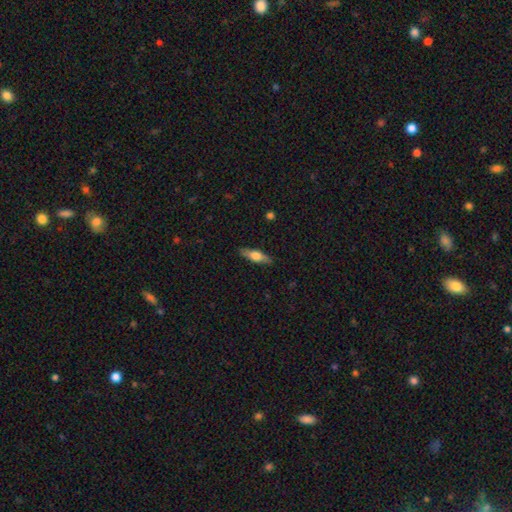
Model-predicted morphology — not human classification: Q: Smooth or featured?
A: smooth (55%); runner-up: featured or disk (39%)
Q: How rounded?
A: cigar-shaped (49%); runner-up: in between (48%)
Q: Merging?
A: none (87%); runner-up: minor disturbance (10%)